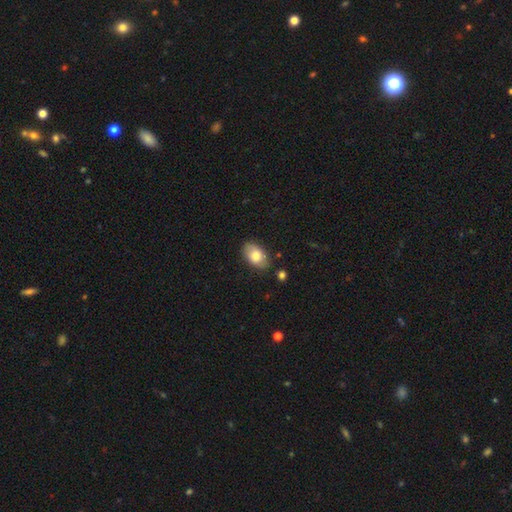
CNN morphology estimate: smooth 78%, featured or disk 15%, star or artifact 7%. Down the decision tree: how rounded — in between (91%); merging — none (82%).